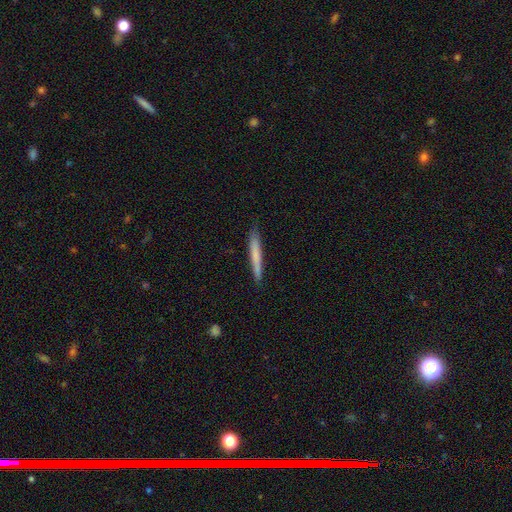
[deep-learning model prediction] Smooth or featured?
  - smooth: 69% *
  - featured or disk: 25%
  - star or artifact: 6%
How rounded?
  - cigar-shaped: 96% *
  - in between: 3%
  - round: 1%
Merging?
  - none: 86% *
  - minor disturbance: 11%
  - major disturbance: 2%
  - merger: 1%